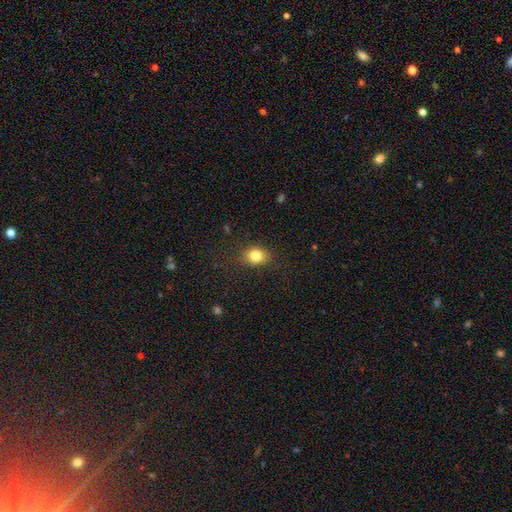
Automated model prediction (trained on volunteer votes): The model was most divided on "how rounded": in between: 50%, round: 49%, cigar-shaped: 1%. More confident: smooth or featured — smooth (82%); merging — none (81%).